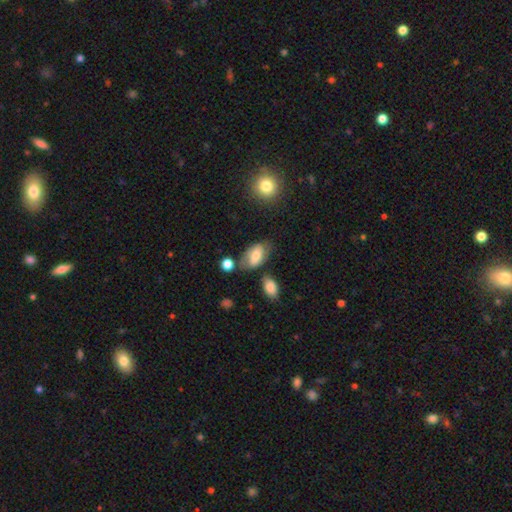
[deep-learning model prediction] A smooth galaxy with no disk features (68%) that is in between round and cigar-shaped (91%). Merging: none (59%).